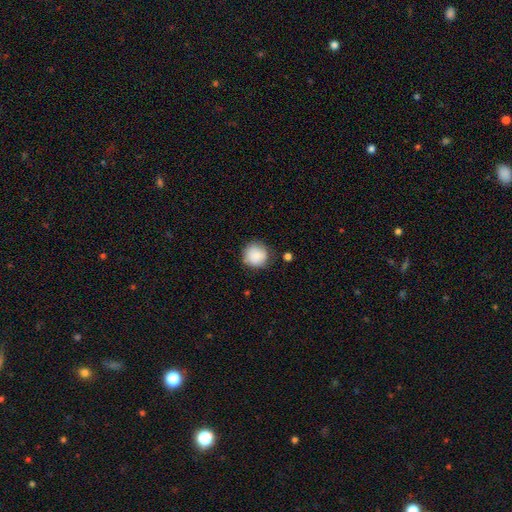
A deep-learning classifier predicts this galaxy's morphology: smooth 85%, star or artifact 8%, featured or disk 7%. Down the decision tree: how rounded — round (92%); merging — none (79%).